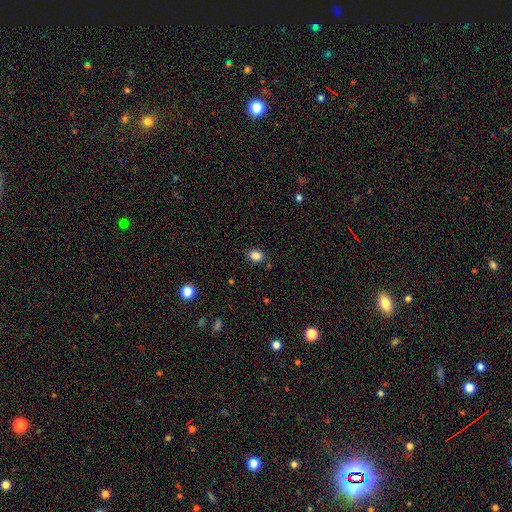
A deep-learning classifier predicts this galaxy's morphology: type=smooth (85%); roundness=in between (52%); merging=none (84%).